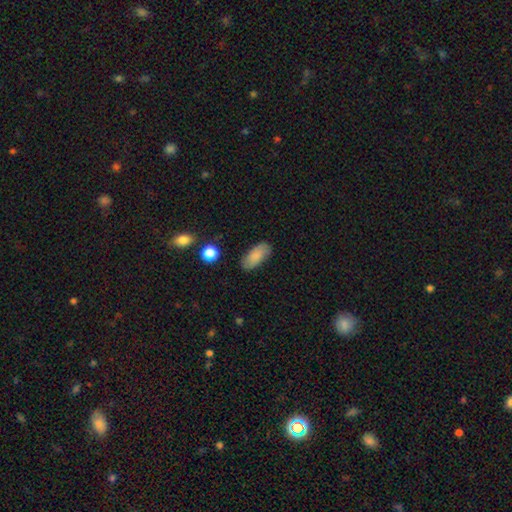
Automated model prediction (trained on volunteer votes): Smooth or featured: smooth — 81% (featured or disk — 12%)
How rounded: in between — 89% (cigar-shaped — 8%)
Merging: none — 82% (minor disturbance — 13%)